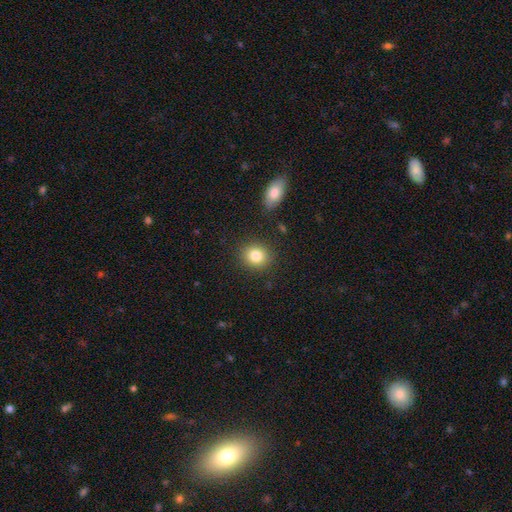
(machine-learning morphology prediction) Overall: smooth (82%). How rounded: round (79%). Merging: none (87%).